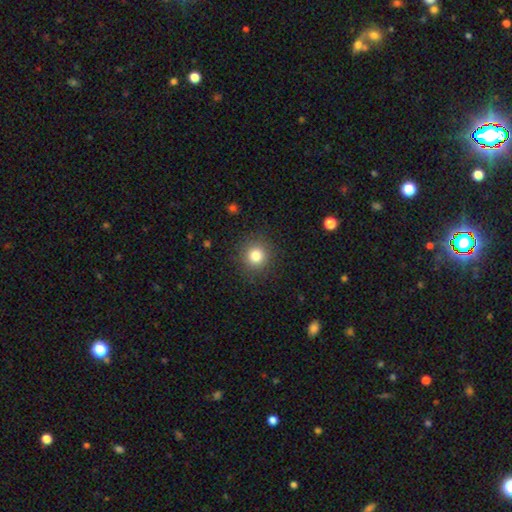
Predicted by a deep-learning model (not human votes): A smooth galaxy with no disk features (82%) that is round (93%).

Vote fractions:
- Smooth or featured? smooth: 82% / star or artifact: 12% / featured or disk: 6%
- How rounded? round: 93% / in between: 6% / cigar-shaped: 1%
- Merging? none: 90% / minor disturbance: 7% / major disturbance: 3% / merger: 1%